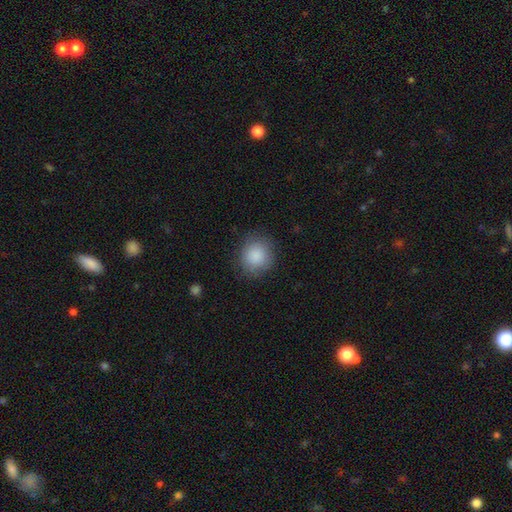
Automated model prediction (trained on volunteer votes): smooth_or_featured: smooth (p=0.88) [alt: star or artifact p=0.08]
how_rounded: round (p=0.87) [alt: in between p=0.12]
merging: none (p=0.85) [alt: minor disturbance p=0.10]